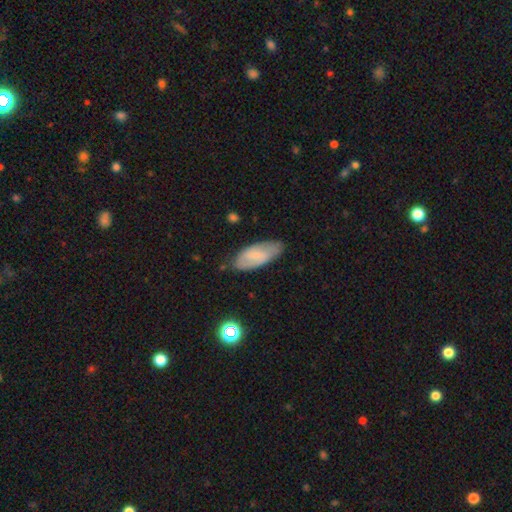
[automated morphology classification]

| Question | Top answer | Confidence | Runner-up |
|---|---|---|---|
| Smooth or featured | smooth | 55% | featured or disk (38%) |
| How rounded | in between | 86% | cigar-shaped (12%) |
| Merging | none | 75% | minor disturbance (19%) |